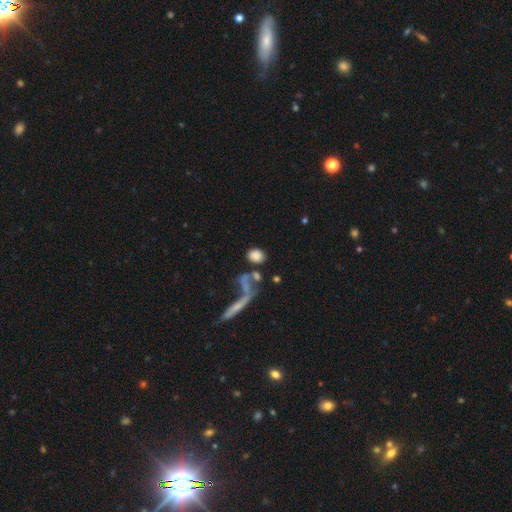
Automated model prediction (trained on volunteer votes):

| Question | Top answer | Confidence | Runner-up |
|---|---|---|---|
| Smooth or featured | smooth | 78% | featured or disk (11%) |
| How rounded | in between | 49% | round (44%) |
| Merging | none | 49% | merger (27%) |